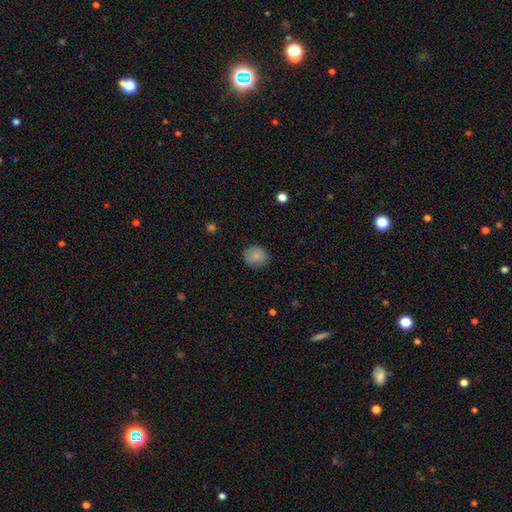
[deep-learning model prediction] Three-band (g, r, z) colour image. It shows a smooth galaxy with no disk features (86%) that is round (76%). Merging: none (81%).